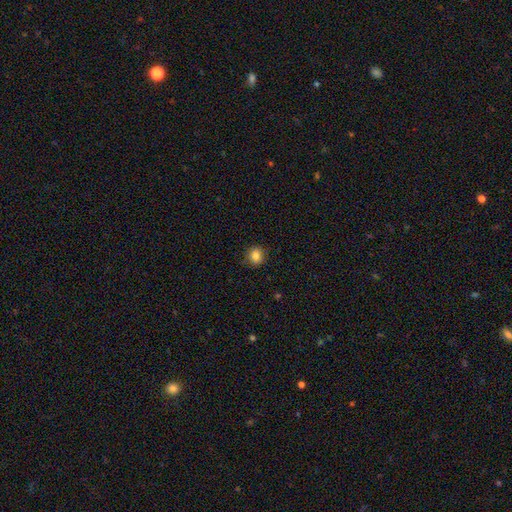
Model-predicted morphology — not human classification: smooth-or-featured: smooth: 84% | star or artifact: 11% | featured or disk: 5%
  how-rounded: round: 87% | in between: 12% | cigar-shaped: 1%
  merging: none: 90% | minor disturbance: 7% | major disturbance: 2% | merger: 1%